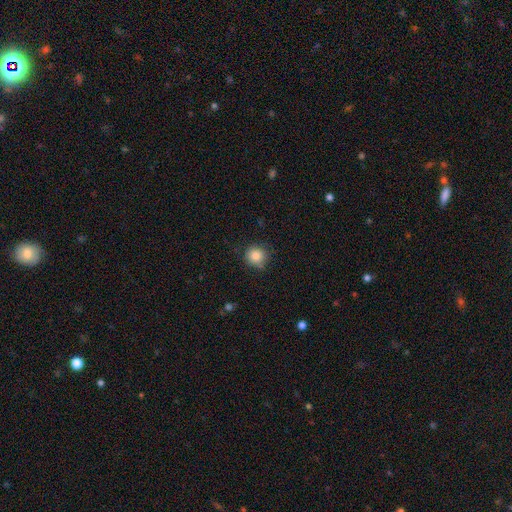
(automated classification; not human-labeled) smooth 83%, star or artifact 10%, featured or disk 6%. Down the decision tree: how rounded — round (91%); merging — none (78%).